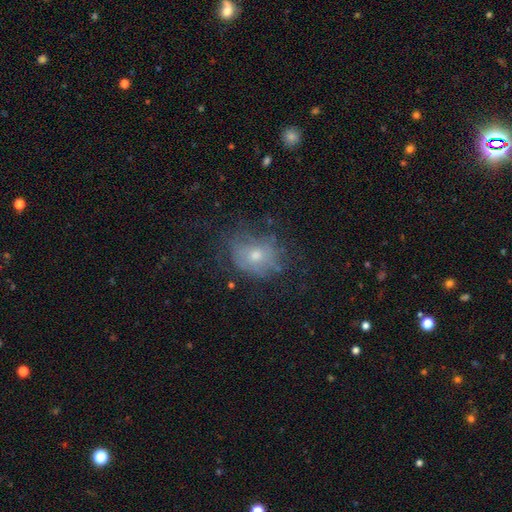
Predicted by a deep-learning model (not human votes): This is possibly a smooth galaxy (51%). How rounded: possibly round (53%). Merging: possibly none (55%).